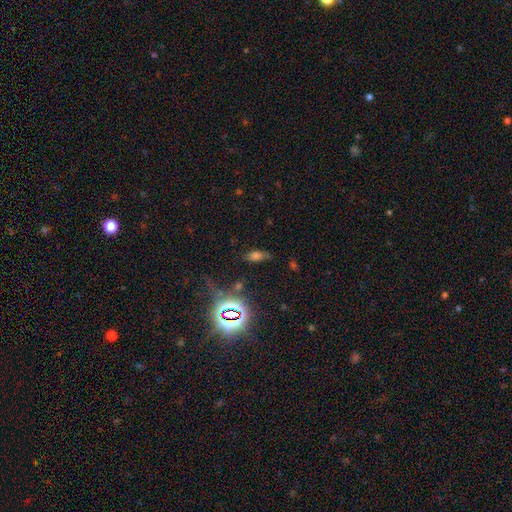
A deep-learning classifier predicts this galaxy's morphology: Smooth or featured? Predicted: smooth (p=0.48). Merging? Predicted: none (p=0.69).